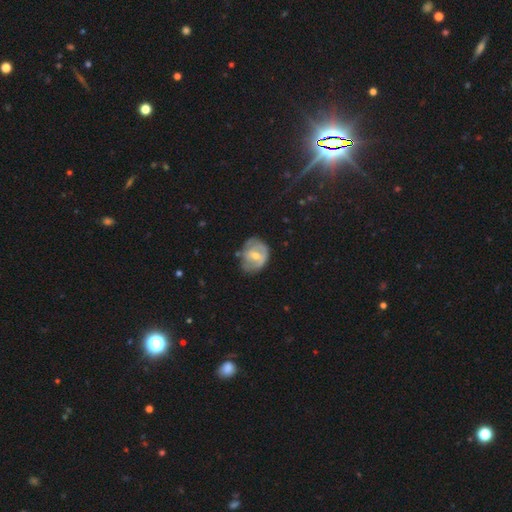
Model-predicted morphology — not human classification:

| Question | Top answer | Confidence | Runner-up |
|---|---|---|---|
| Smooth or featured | featured or disk | 58% | smooth (36%) |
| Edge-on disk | no | 97% | yes (3%) |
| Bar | no | 47% | weak (42%) |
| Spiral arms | yes | 60% | no (40%) |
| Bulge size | moderate | 58% | small (37%) |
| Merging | none | 50% | minor disturbance (33%) |